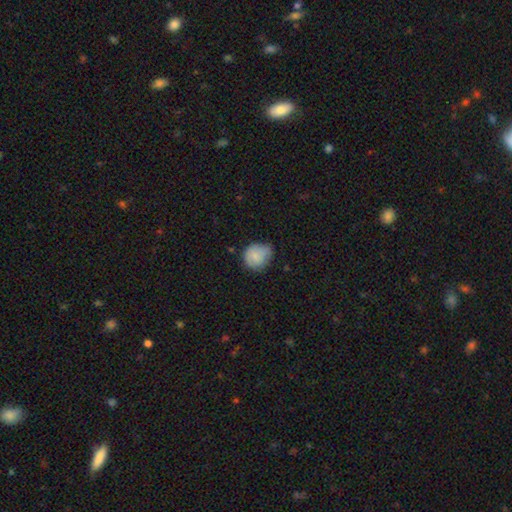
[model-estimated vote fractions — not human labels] Overall: smooth (78%). How rounded: round (74%). Merging: none (53%; minor disturbance 37%).